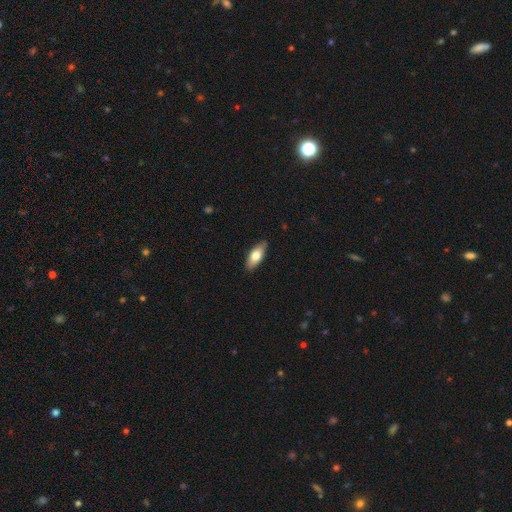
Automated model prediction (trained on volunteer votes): smooth-or-featured: smooth: 70% | featured or disk: 24% | star or artifact: 6%
  how-rounded: in between: 77% | cigar-shaped: 21% | round: 2%
  merging: none: 88% | minor disturbance: 10% | major disturbance: 2% | merger: 1%